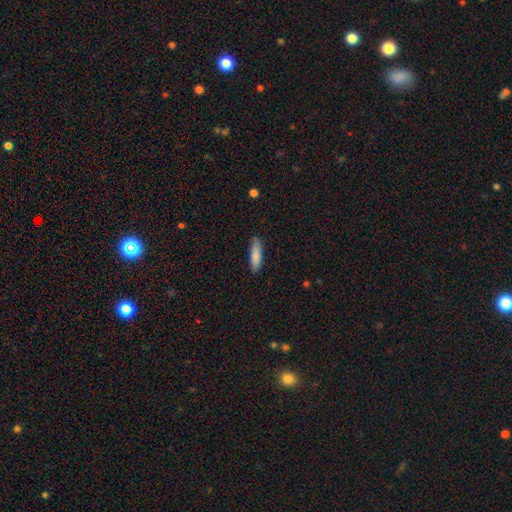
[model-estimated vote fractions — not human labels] Q: Smooth or featured?
A: smooth (85%); runner-up: featured or disk (9%)
Q: How rounded?
A: cigar-shaped (64%); runner-up: in between (34%)
Q: Merging?
A: none (85%); runner-up: minor disturbance (12%)